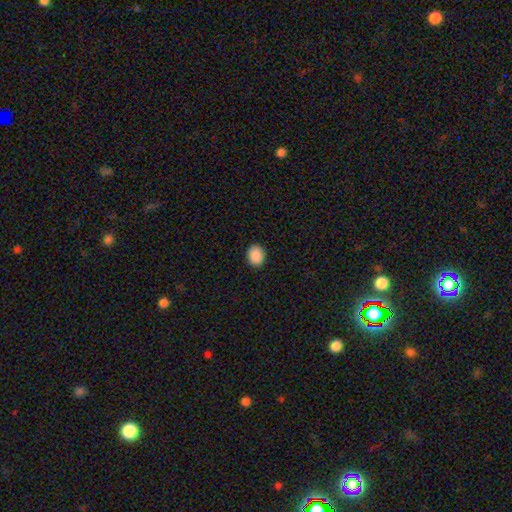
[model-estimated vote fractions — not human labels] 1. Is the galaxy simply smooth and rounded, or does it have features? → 90% smooth, 8% star or artifact, 2% featured or disk.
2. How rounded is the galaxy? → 57% in between, 43% round, 1% cigar-shaped.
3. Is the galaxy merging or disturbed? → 91% none, 7% minor disturbance, 2% major disturbance, 1% merger.